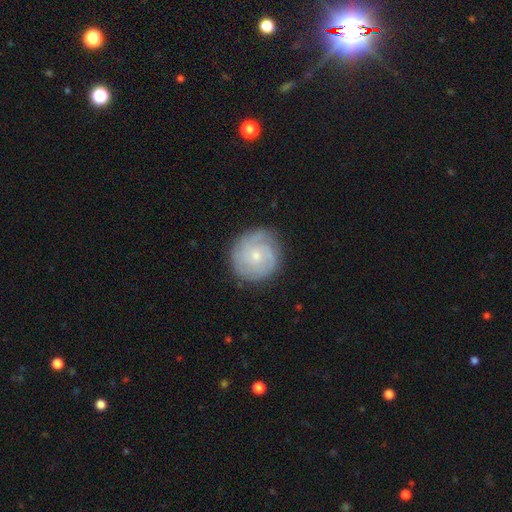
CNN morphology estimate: This is likely a featured or disk galaxy (68%). It is clearly not viewed edge-on (98%). Bar: likely no (78%). Spiral arm pattern: clearly yes (92%). Spiral arm count: marginally can't tell (37%). Spiral winding: likely tight (71%). Central bulge: likely small (62%). Merging: clearly none (83%).